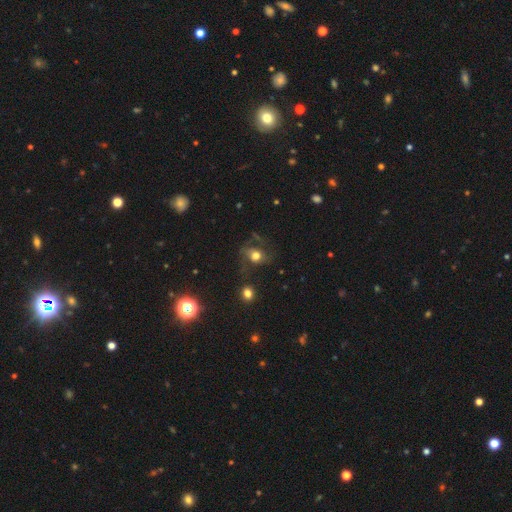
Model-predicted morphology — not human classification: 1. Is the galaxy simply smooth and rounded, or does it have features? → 46% smooth, 38% featured or disk, 16% star or artifact.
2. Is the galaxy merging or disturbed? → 52% none, 23% major disturbance, 21% minor disturbance, 5% merger.